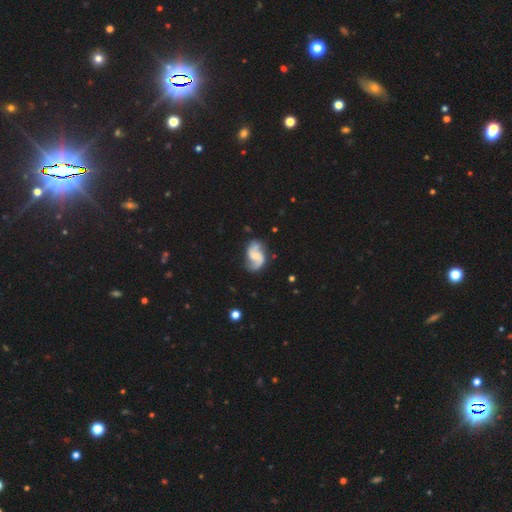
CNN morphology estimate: Overall: featured or disk (82%). Edge-on disk: no (98%). Bar: no (46%; weak 42%). Spiral arms: yes (96%). Spiral arm count: 2 (89%). Spiral winding: loose (54%; medium 36%). Bulge size: none (36%; small 35%). Merging: none (69%).